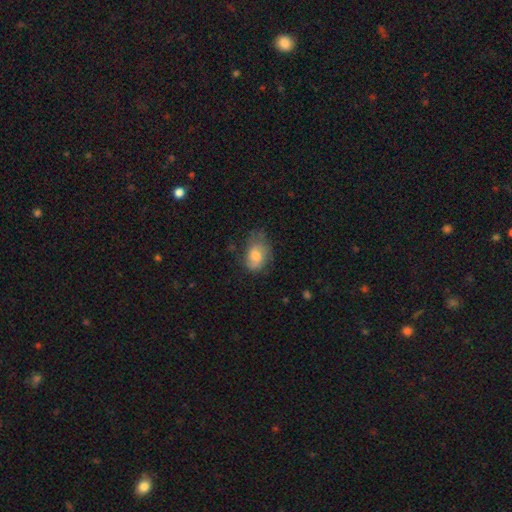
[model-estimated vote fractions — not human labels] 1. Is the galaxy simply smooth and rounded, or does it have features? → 59% smooth, 33% featured or disk, 8% star or artifact.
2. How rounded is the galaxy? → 74% in between, 25% round, 1% cigar-shaped.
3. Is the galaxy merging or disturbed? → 46% none, 34% minor disturbance, 18% major disturbance, 2% merger.